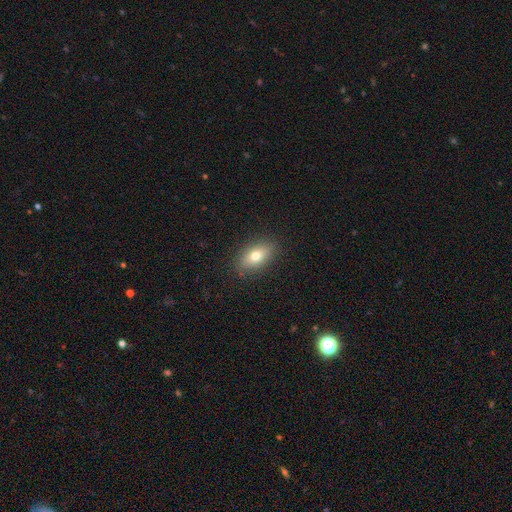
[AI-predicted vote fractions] smooth_or_featured: smooth (p=0.75) [alt: featured or disk p=0.17]
how_rounded: in between (p=0.85) [alt: round p=0.09]
merging: none (p=0.87) [alt: minor disturbance p=0.09]